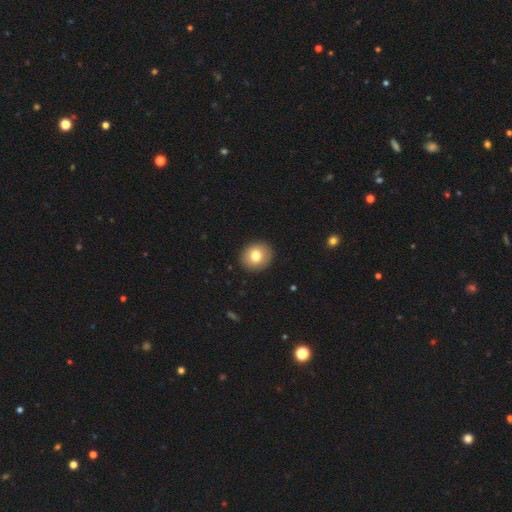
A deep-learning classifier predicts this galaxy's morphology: Smooth or featured? smooth (78%)
How rounded? round (79%)
Merging? none (91%)